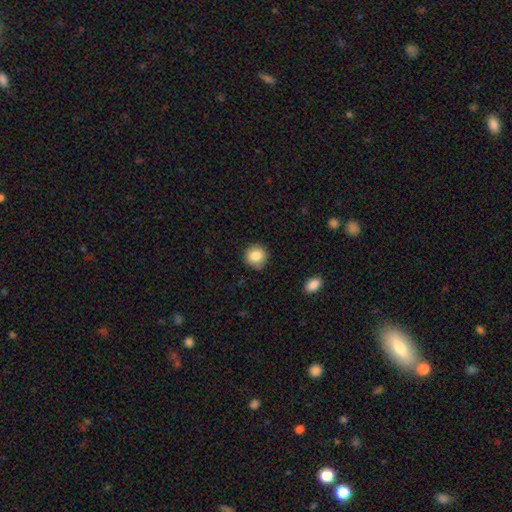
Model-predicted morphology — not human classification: Smooth or featured: smooth — 85% (star or artifact — 9%)
How rounded: round — 90% (in between — 9%)
Merging: none — 84% (minor disturbance — 13%)